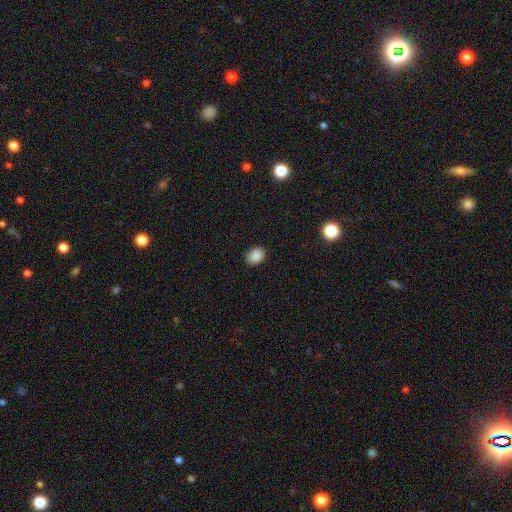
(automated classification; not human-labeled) A smooth galaxy with no disk features (87%) that is in between round and cigar-shaped (64%). Merging: none (84%).